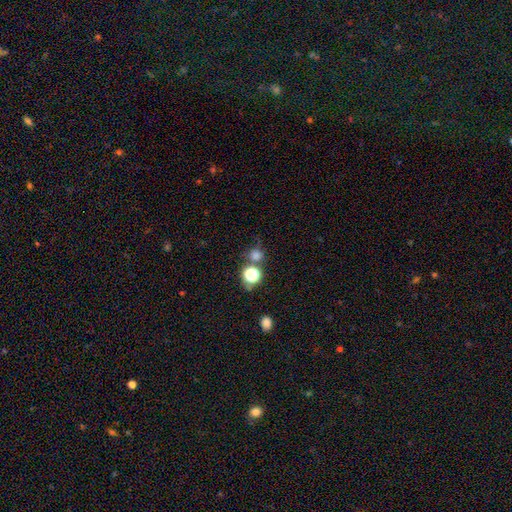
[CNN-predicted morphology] A smooth galaxy with no disk features (70%) that is round (89%). Merging: none (66%).